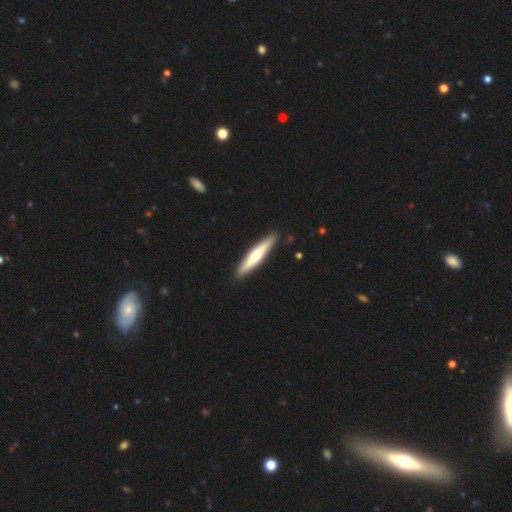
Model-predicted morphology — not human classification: type=smooth (49%); merging=none (90%).